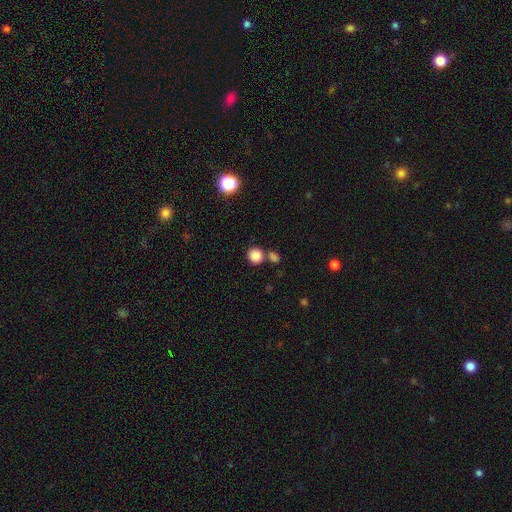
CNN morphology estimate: Smooth or featured?
  - smooth: 86% *
  - star or artifact: 10%
  - featured or disk: 4%
How rounded?
  - round: 87% *
  - in between: 12%
  - cigar-shaped: 1%
Merging?
  - none: 61% *
  - merger: 26%
  - minor disturbance: 9%
  - major disturbance: 4%